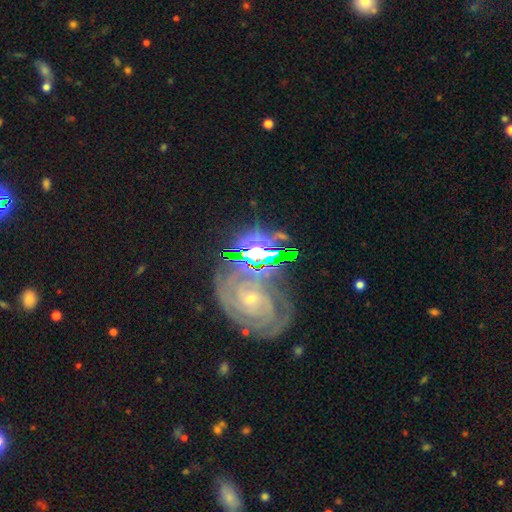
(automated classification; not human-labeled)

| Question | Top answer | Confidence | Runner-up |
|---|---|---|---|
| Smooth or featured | featured or disk | 66% | star or artifact (24%) |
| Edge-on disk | no | 96% | yes (4%) |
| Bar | no | 67% | weak (21%) |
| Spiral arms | yes | 94% | no (6%) |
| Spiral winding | tight | 80% | medium (17%) |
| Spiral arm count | can't tell | 27% | 3 (23%) |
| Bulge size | small | 78% | moderate (17%) |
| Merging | none | 69% | minor disturbance (15%) |